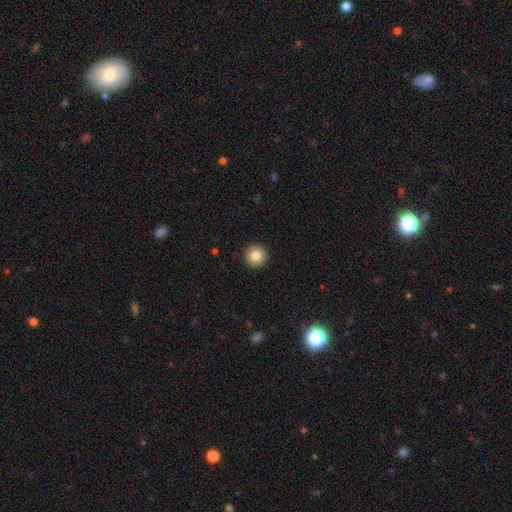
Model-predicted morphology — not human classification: Overall: smooth (83%). How rounded: round (96%). Merging: none (93%).